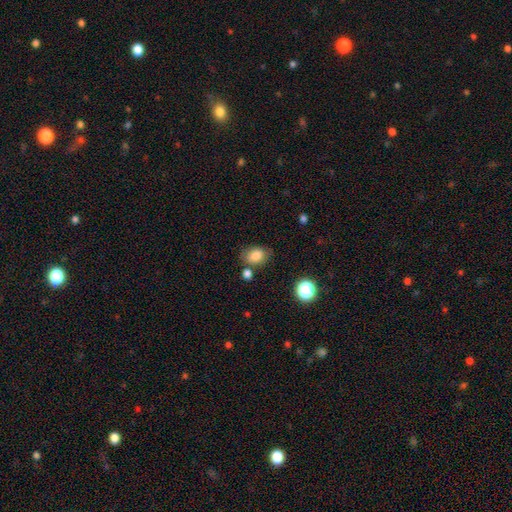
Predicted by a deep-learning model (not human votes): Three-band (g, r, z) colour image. It shows a smooth galaxy with no disk features (83%) that is in between round and cigar-shaped (71%). Merging: none (69%).